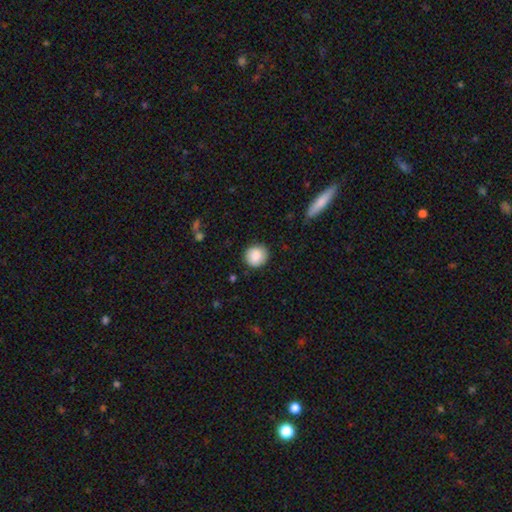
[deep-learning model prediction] Q: Smooth or featured?
A: smooth (88%); runner-up: star or artifact (7%)
Q: How rounded?
A: round (89%); runner-up: in between (10%)
Q: Merging?
A: none (88%); runner-up: minor disturbance (9%)